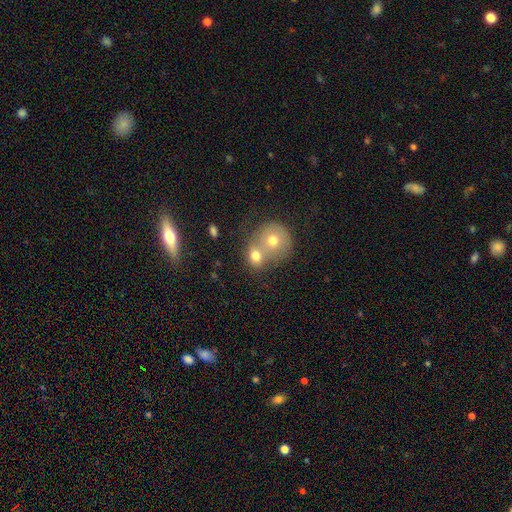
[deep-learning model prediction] Morphology: type=smooth (70%); roundness=round (71%); merging=merger (64%).